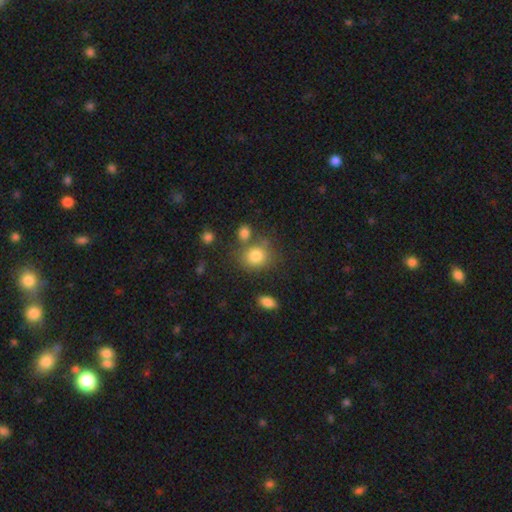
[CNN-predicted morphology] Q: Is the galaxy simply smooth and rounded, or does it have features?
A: smooth — 81%.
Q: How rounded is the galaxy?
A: round — 65%.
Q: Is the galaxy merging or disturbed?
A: none — 64%.